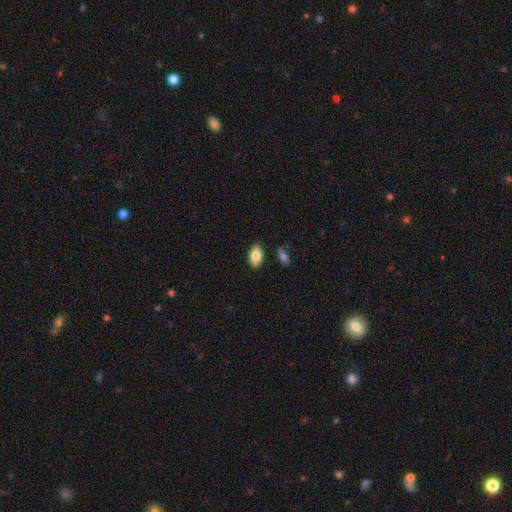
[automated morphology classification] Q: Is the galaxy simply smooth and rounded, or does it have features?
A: smooth — 82%.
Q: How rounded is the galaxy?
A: in between — 93%.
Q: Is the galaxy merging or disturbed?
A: none — 87%.